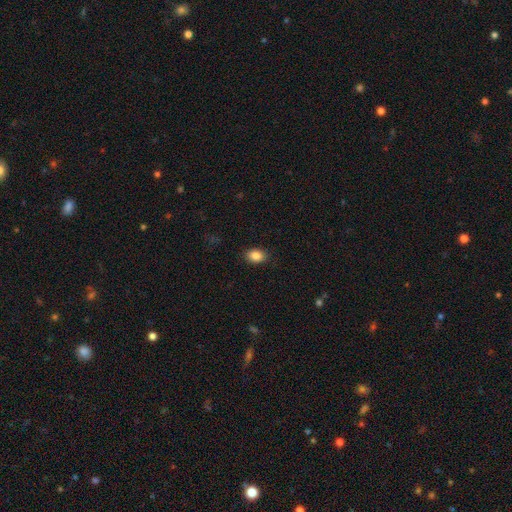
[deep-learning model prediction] This appears to be a smooth galaxy with no disk features (87%) that is in between round and cigar-shaped (80%). Merging: none (88%).